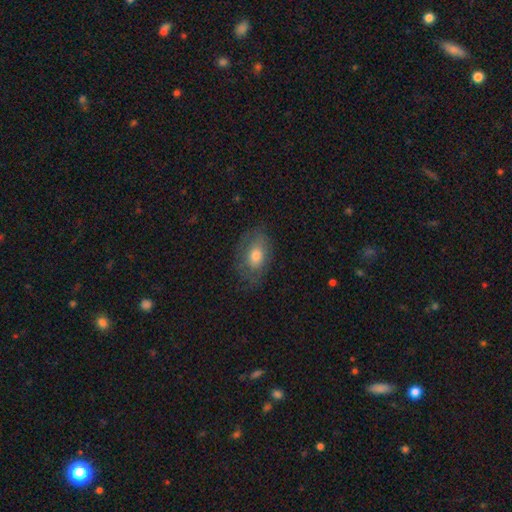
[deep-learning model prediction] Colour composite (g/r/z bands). It shows a smooth galaxy with no disk features (64%) that is in between round and cigar-shaped (85%). Merging: none (68%).